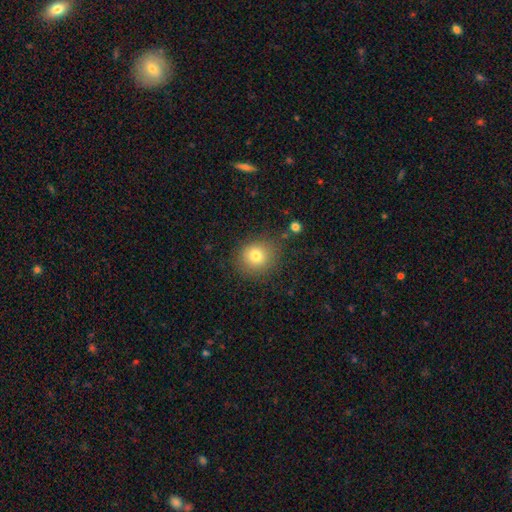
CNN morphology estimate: Smooth or featured?
  - smooth: 78% *
  - star or artifact: 12%
  - featured or disk: 10%
How rounded?
  - round: 85% *
  - in between: 14%
  - cigar-shaped: 1%
Merging?
  - none: 82% *
  - minor disturbance: 12%
  - major disturbance: 4%
  - merger: 2%